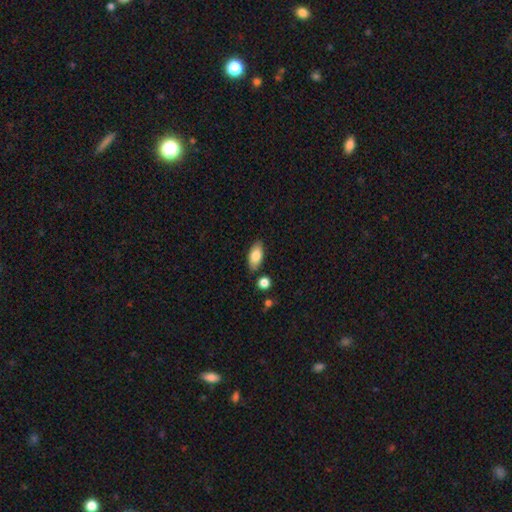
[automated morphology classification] Smooth or featured: smooth — 81% (featured or disk — 13%)
How rounded: in between — 89% (cigar-shaped — 7%)
Merging: none — 82% (minor disturbance — 11%)